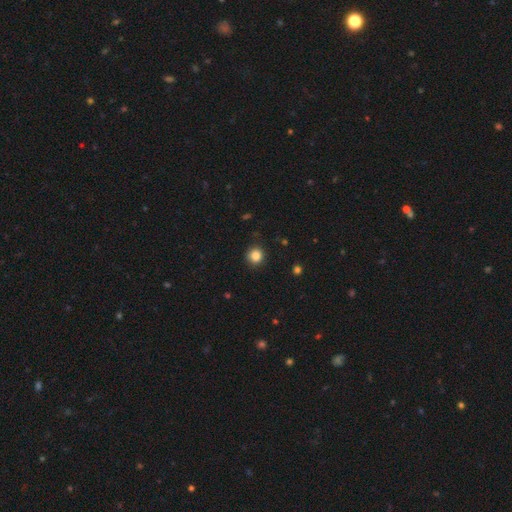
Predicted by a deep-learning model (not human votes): This is clearly a smooth galaxy (85%). How rounded: clearly round (93%). Merging: clearly none (89%).